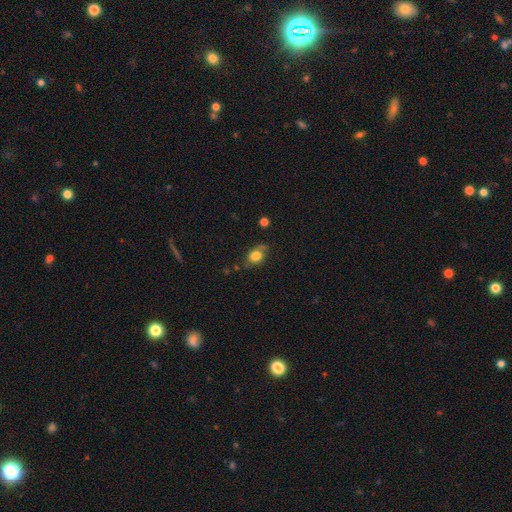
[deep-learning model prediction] A smooth galaxy with no disk features (69%) that is in between round and cigar-shaped (65%).

Vote fractions:
- Smooth or featured? smooth: 69% / featured or disk: 20% / star or artifact: 10%
- How rounded? in between: 65% / round: 32% / cigar-shaped: 3%
- Merging? none: 61% / minor disturbance: 27% / major disturbance: 9% / merger: 3%